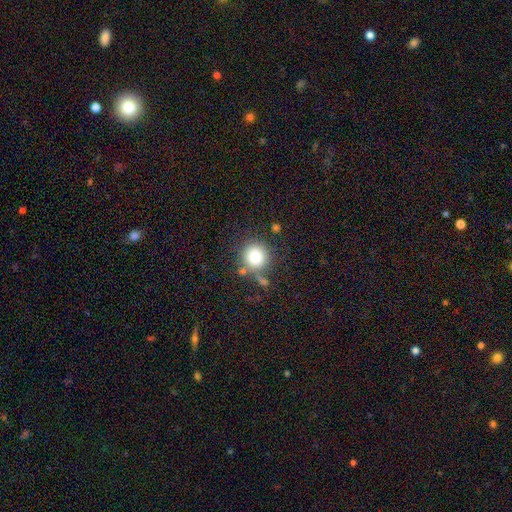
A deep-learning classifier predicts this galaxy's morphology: Q: Smooth or featured?
A: smooth (84%); runner-up: star or artifact (10%)
Q: How rounded?
A: round (91%); runner-up: in between (8%)
Q: Merging?
A: none (69%); runner-up: minor disturbance (14%)